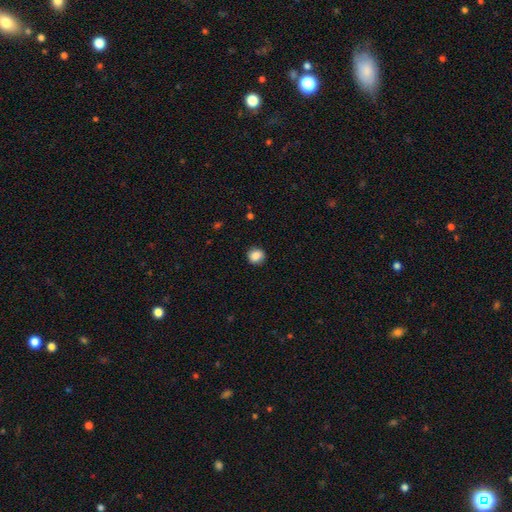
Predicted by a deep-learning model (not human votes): smooth_or_featured: smooth (p=0.87) [alt: star or artifact p=0.09]
how_rounded: round (p=0.86) [alt: in between p=0.13]
merging: none (p=0.89) [alt: minor disturbance p=0.08]